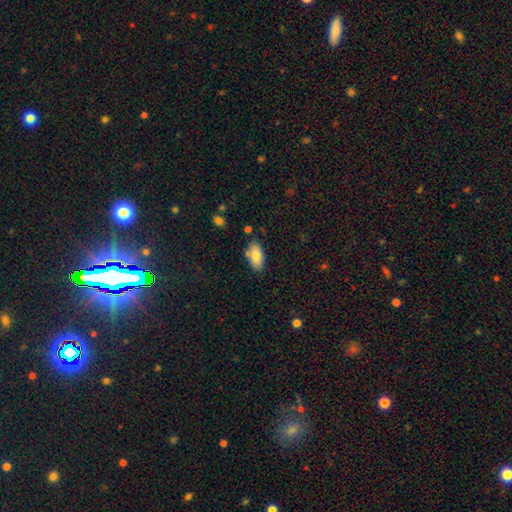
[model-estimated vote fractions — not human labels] smooth 79%, featured or disk 14%, star or artifact 7%. Down the decision tree: how rounded — in between (93%); merging — none (79%).